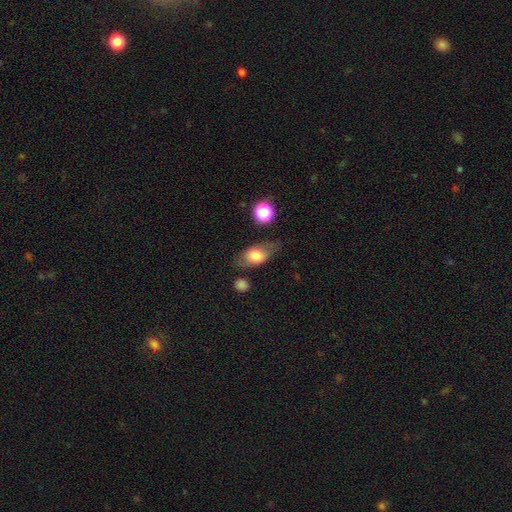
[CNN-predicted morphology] Smooth or featured: smooth — 67% (featured or disk — 25%)
How rounded: in between — 80% (round — 12%)
Merging: none — 65% (minor disturbance — 22%)